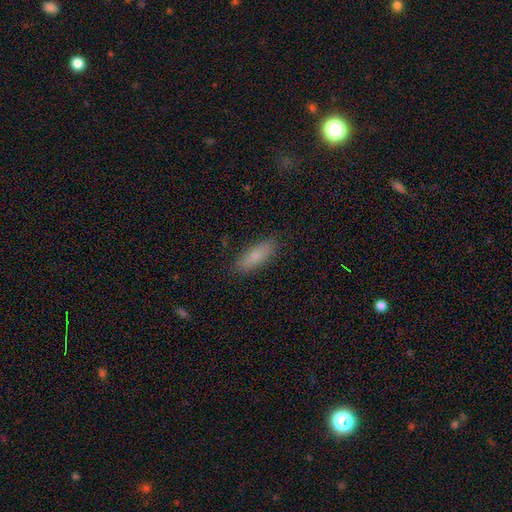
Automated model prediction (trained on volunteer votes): Smooth or featured: smooth — 80% (featured or disk — 12%)
How rounded: in between — 50% (cigar-shaped — 48%)
Merging: none — 87% (minor disturbance — 10%)